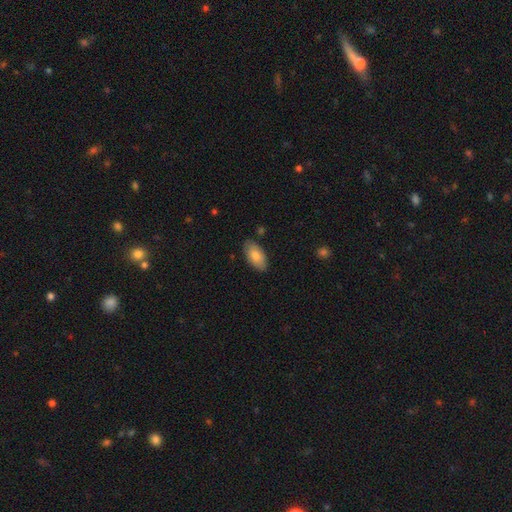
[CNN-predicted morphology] This appears to be a smooth galaxy with no disk features (81%) that is in between round and cigar-shaped (94%). Merging: none (84%).